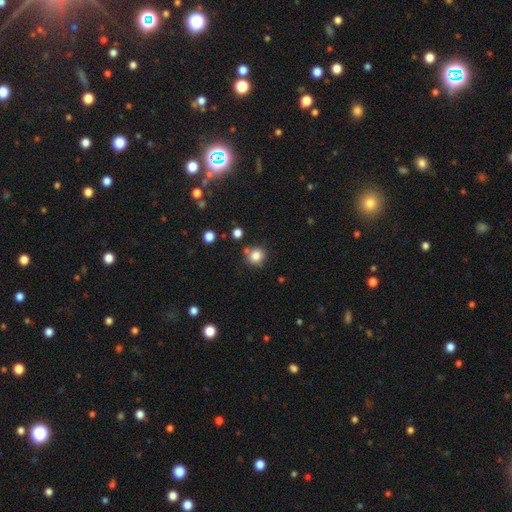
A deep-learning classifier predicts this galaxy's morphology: A smooth galaxy with no disk features (83%) that is round (87%).

Vote fractions:
- Smooth or featured? smooth: 83% / star or artifact: 12% / featured or disk: 6%
- How rounded? round: 87% / in between: 12% / cigar-shaped: 1%
- Merging? none: 74% / minor disturbance: 12% / merger: 11% / major disturbance: 3%